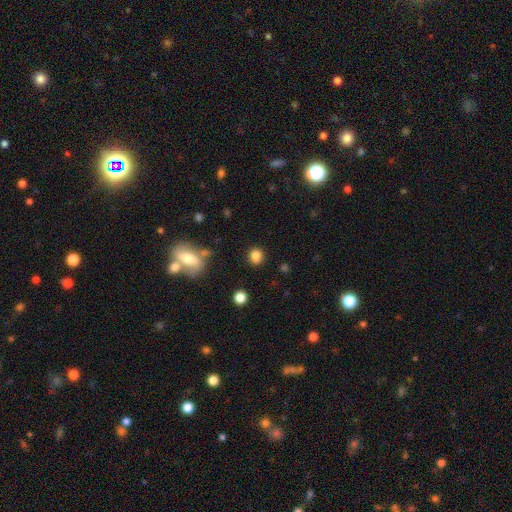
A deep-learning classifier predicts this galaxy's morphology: Smooth or featured? Predicted: smooth (p=0.83). How rounded? Predicted: round (p=0.75). Merging? Predicted: none (p=0.84).